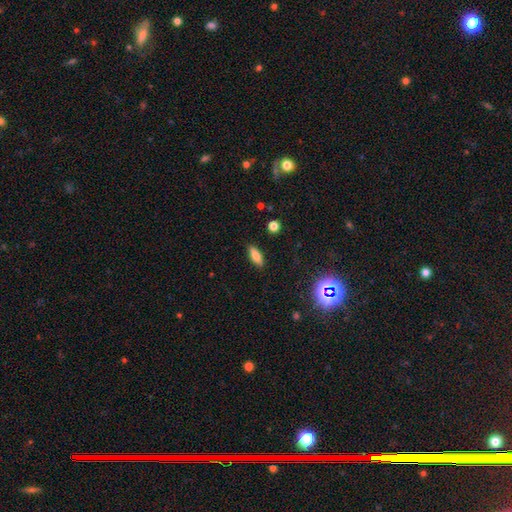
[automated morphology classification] A smooth galaxy with no disk features (75%) that is in between round and cigar-shaped (66%).

Vote fractions:
- Smooth or featured? smooth: 75% / featured or disk: 15% / star or artifact: 10%
- How rounded? in between: 66% / cigar-shaped: 31% / round: 3%
- Merging? none: 88% / minor disturbance: 9% / major disturbance: 2% / merger: 1%